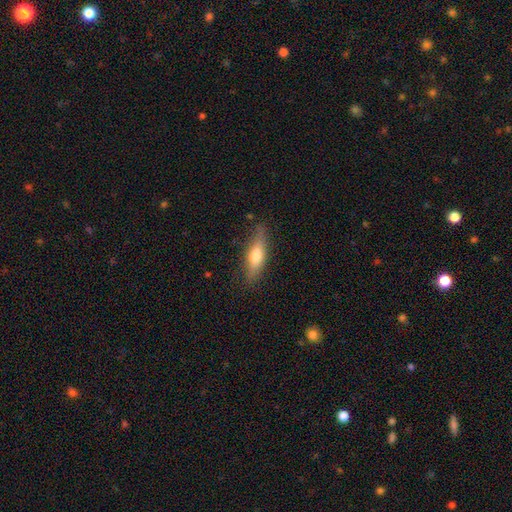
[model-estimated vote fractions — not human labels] Smooth or featured? smooth (61%)
How rounded? cigar-shaped (56%)
Merging? none (79%)